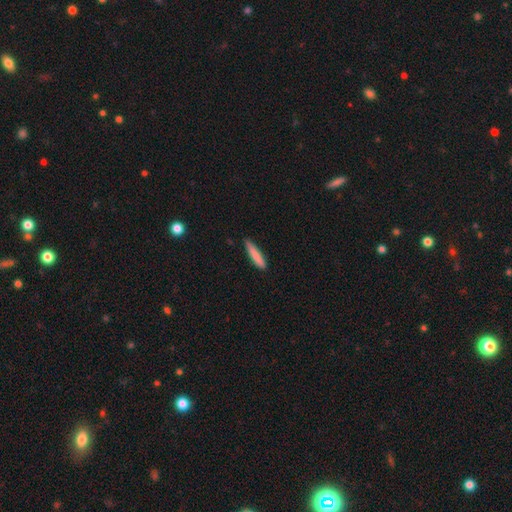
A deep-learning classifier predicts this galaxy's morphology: A smooth galaxy with no disk features (84%) that is cigar-shaped (88%).

Vote fractions:
- Smooth or featured? smooth: 84% / featured or disk: 10% / star or artifact: 6%
- How rounded? cigar-shaped: 88% / in between: 11% / round: 1%
- Merging? none: 84% / minor disturbance: 13% / major disturbance: 2% / merger: 1%